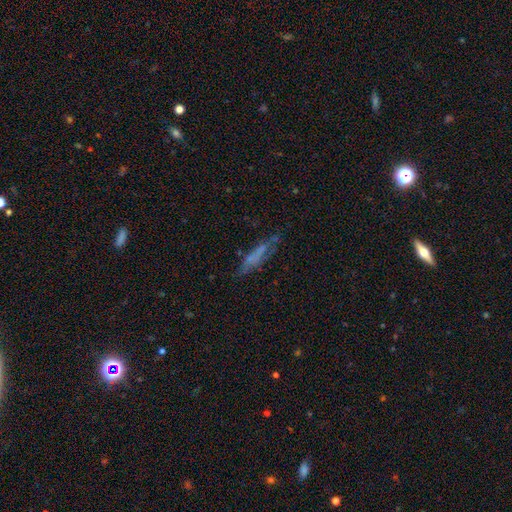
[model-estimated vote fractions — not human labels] smooth-or-featured: smooth: 47% | featured or disk: 40% | star or artifact: 13%
  merging: none: 57% | minor disturbance: 25% | major disturbance: 14% | merger: 5%